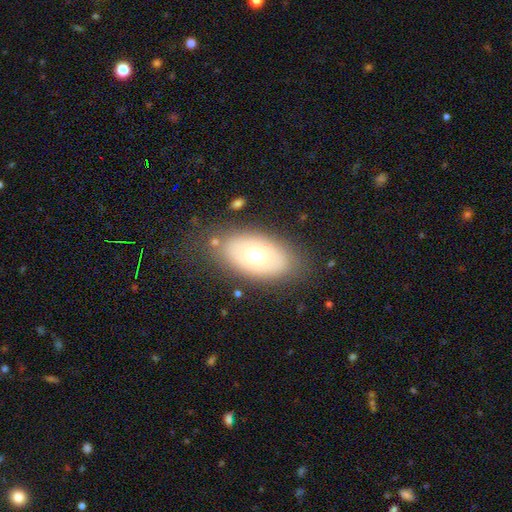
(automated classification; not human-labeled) Smooth or featured?
  - smooth: 60% *
  - featured or disk: 31%
  - star or artifact: 8%
How rounded?
  - in between: 89% *
  - round: 9%
  - cigar-shaped: 2%
Merging?
  - none: 79% *
  - minor disturbance: 13%
  - major disturbance: 6%
  - merger: 3%